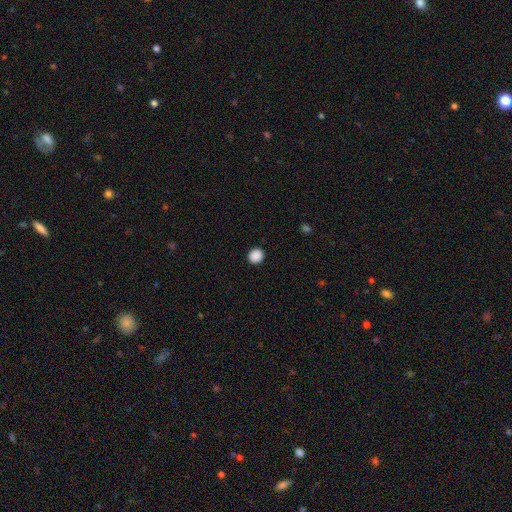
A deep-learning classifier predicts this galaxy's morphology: The model was most divided on "how rounded": round: 89%, in between: 10%, cigar-shaped: 1%. More confident: merging — none (92%); smooth or featured — smooth (89%).